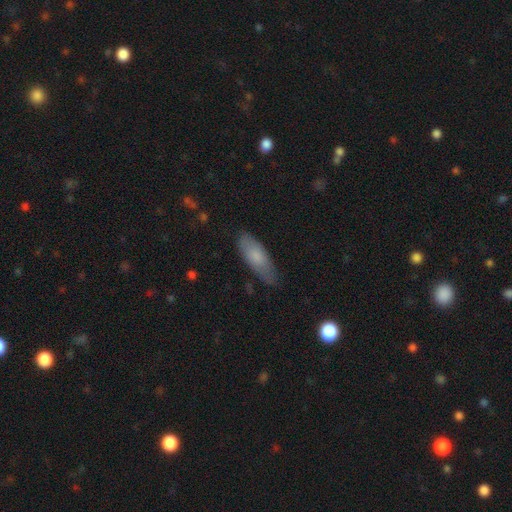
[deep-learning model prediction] smooth 75%, featured or disk 18%, star or artifact 6%. Down the decision tree: how rounded — in between (65%); merging — none (74%).